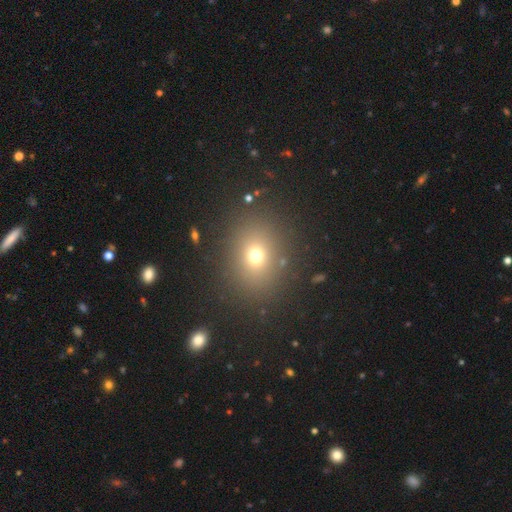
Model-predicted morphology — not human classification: Smooth or featured? Predicted: smooth (p=0.69). How rounded? Predicted: round (p=0.63). Merging? Predicted: none (p=0.85).